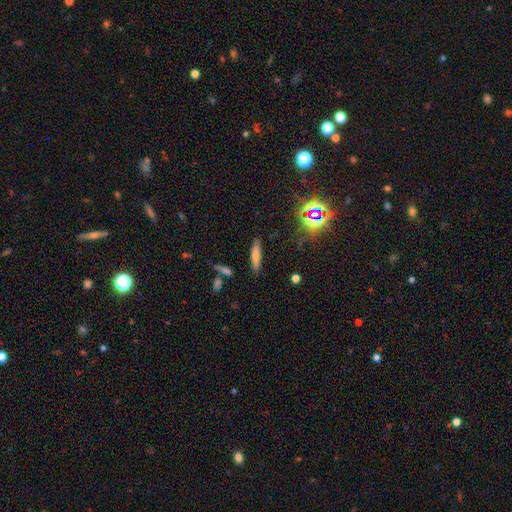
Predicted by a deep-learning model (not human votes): Smooth or featured? smooth (65%)
How rounded? cigar-shaped (80%)
Merging? none (84%)